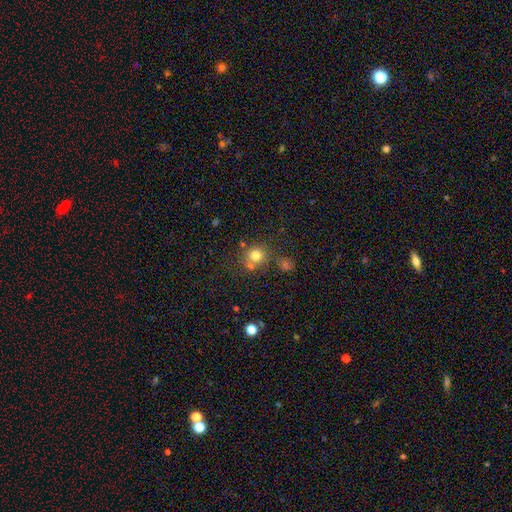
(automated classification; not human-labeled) Smooth or featured? smooth (76%)
How rounded? round (86%)
Merging? none (64%)